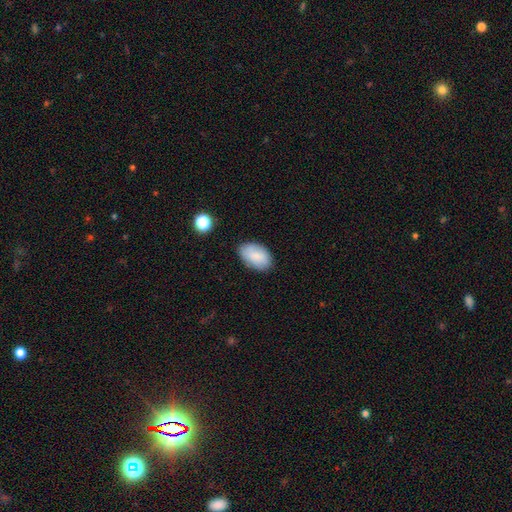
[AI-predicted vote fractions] A smooth galaxy with no disk features (86%) that is in between round and cigar-shaped (93%).

Vote fractions:
- Smooth or featured? smooth: 86% / featured or disk: 8% / star or artifact: 7%
- How rounded? in between: 93% / round: 6% / cigar-shaped: 1%
- Merging? none: 81% / minor disturbance: 14% / major disturbance: 3% / merger: 2%